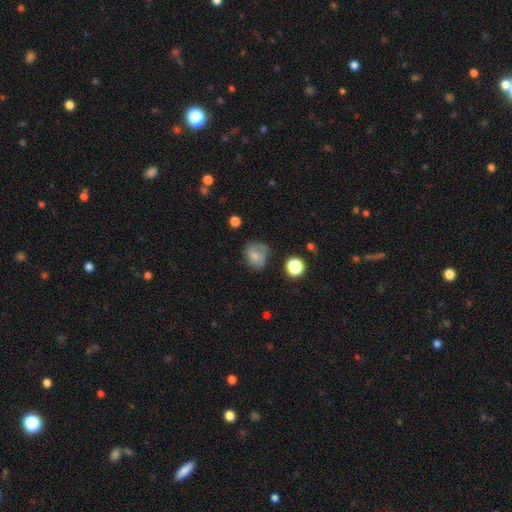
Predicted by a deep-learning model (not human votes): Morphology: type=smooth (67%); roundness=round (59%); merging=none (45%).